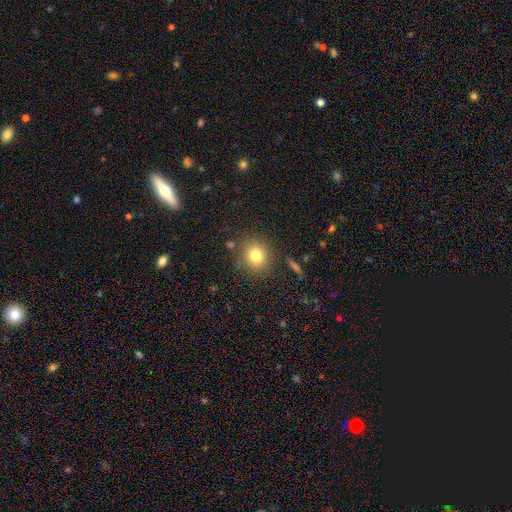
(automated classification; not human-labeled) Q: Smooth or featured?
A: smooth (79%); runner-up: star or artifact (12%)
Q: How rounded?
A: round (82%); runner-up: in between (17%)
Q: Merging?
A: none (84%); runner-up: minor disturbance (9%)